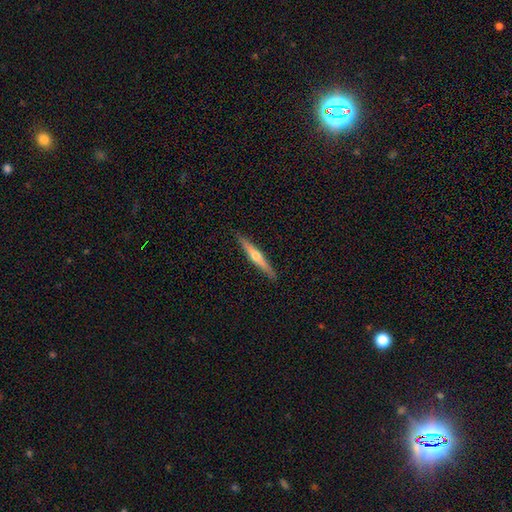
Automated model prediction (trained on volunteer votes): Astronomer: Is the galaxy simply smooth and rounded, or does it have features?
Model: featured or disk — 62%.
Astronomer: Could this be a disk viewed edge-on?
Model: yes — 97%.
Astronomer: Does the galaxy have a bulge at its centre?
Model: rounded — 86%.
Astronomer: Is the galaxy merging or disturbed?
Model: none — 91%.